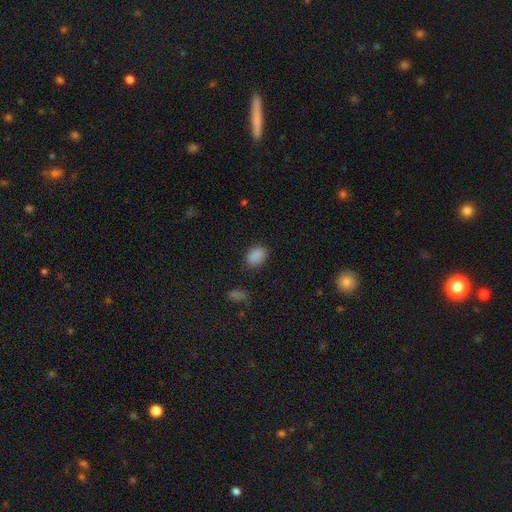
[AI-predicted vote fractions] Morphology: type=smooth (86%); roundness=in between (85%); merging=none (80%).